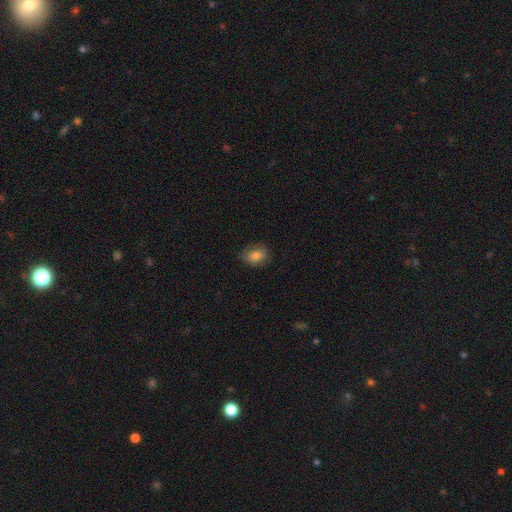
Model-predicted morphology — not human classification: Smooth or featured? smooth (78%)
How rounded? in between (63%)
Merging? none (79%)